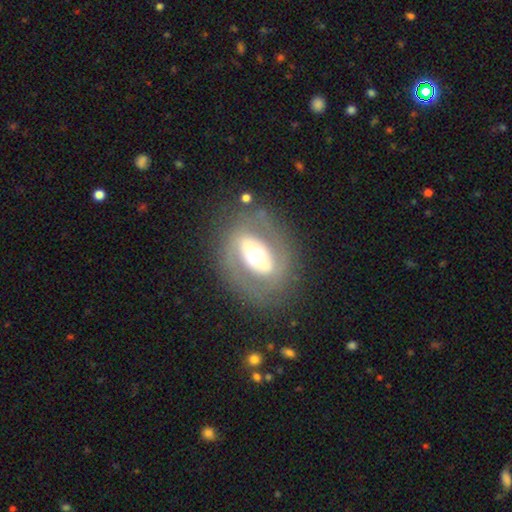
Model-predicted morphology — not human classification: A featured or disk galaxy (61%) with no bar (41%), no spiral arms (70%) and a moderate central bulge (48%). Merging: none (74%).